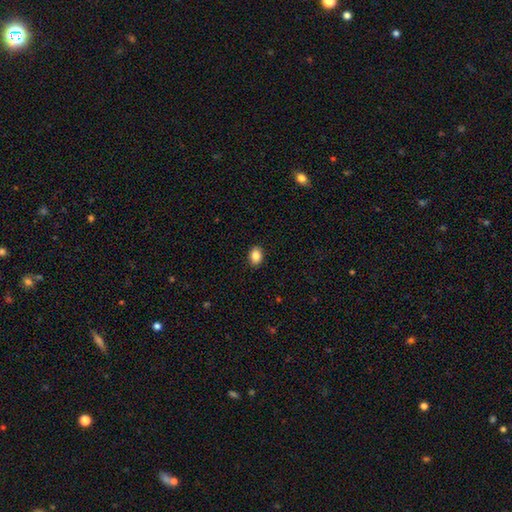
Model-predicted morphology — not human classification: Q: Smooth or featured?
A: smooth (87%); runner-up: star or artifact (8%)
Q: How rounded?
A: in between (72%); runner-up: round (27%)
Q: Merging?
A: none (90%); runner-up: minor disturbance (7%)